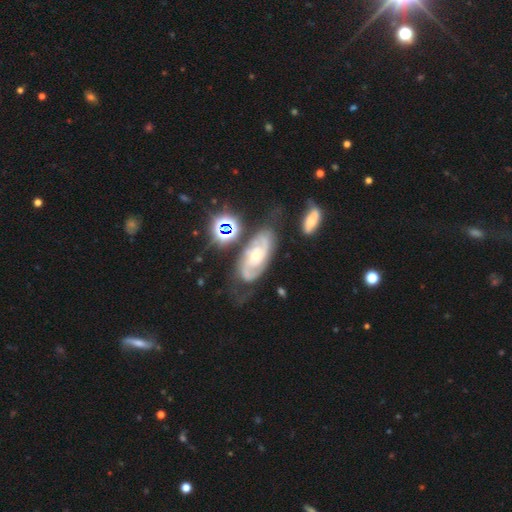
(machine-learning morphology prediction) A featured or disk galaxy (82%) with no bar (64%), 2 (62%) tight (58%) spiral arms (94%) and a small central bulge (49%). Merging: none (59%).